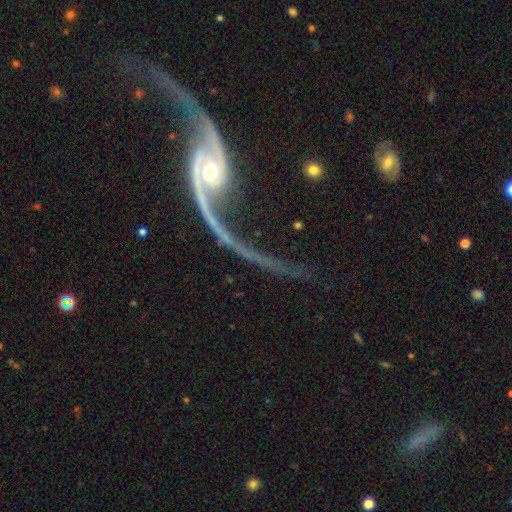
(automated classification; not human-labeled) A featured or disk galaxy (90%) with no bar (51%), 2 (92%) loose (83%) spiral arms (96%) and a moderate central bulge (46%).

Vote fractions:
- Smooth or featured? featured or disk: 90% / star or artifact: 6% / smooth: 4%
- Edge-on disk? no: 93% / yes: 7%
- Bar? no: 51% / weak: 27% / strong: 22%
- Spiral arms? yes: 96% / no: 4%
- Spiral winding? loose: 83% / medium: 13% / tight: 5%
- Spiral arm count? 2: 92% / 1: 3% / can't tell: 2% / 3: 1% / 4: 1% / more than 4: 1%
- Bulge size? moderate: 46% / small: 45% / large: 5% / none: 2% / dominant: 2%
- Merging? none: 53% / major disturbance: 24% / minor disturbance: 16% / merger: 7%